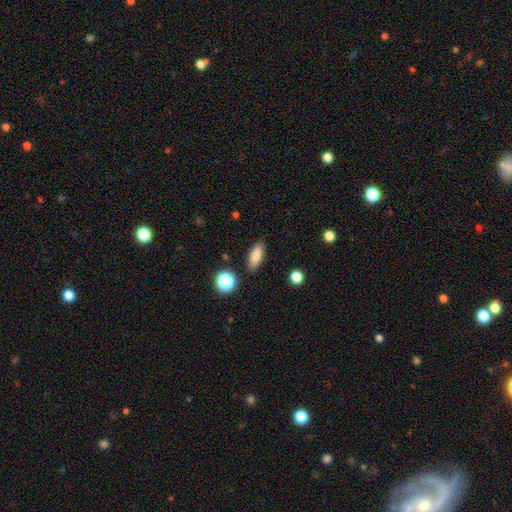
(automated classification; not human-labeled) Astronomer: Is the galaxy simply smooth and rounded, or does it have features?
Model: smooth — 81%.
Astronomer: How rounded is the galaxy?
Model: in between — 66%.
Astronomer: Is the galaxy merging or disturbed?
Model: none — 87%.